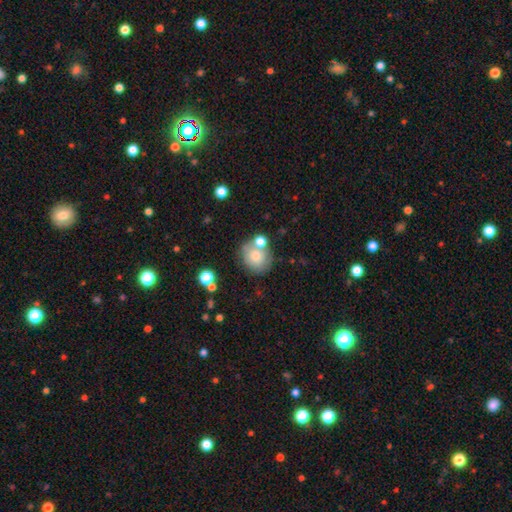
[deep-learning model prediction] Overall: smooth (73%). How rounded: round (78%). Merging: none (62%).